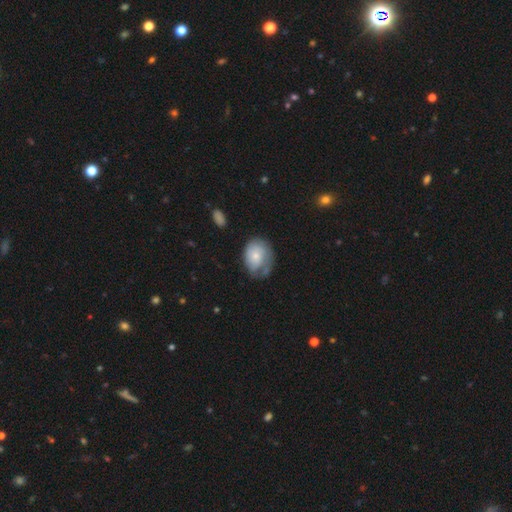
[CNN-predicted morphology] The model was most divided on "merging": none: 44%, minor disturbance: 32%, major disturbance: 21%, merger: 4%. More confident: how rounded — in between (63%); smooth or featured — smooth (54%).